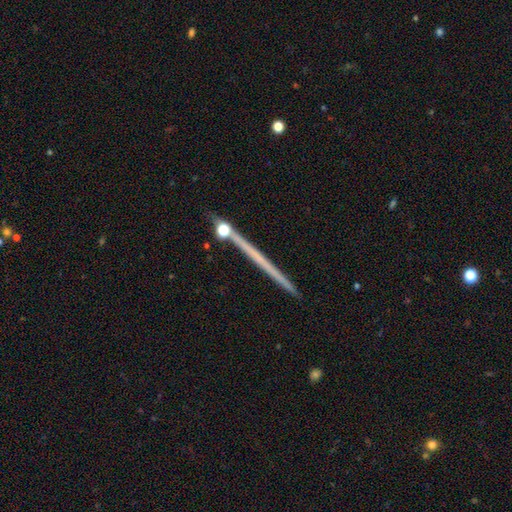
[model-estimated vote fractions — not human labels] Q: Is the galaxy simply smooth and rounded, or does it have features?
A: featured or disk — 57%.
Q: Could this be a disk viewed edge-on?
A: yes — 96%.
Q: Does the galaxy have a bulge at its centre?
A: none — 83%.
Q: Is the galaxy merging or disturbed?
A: none — 87%.